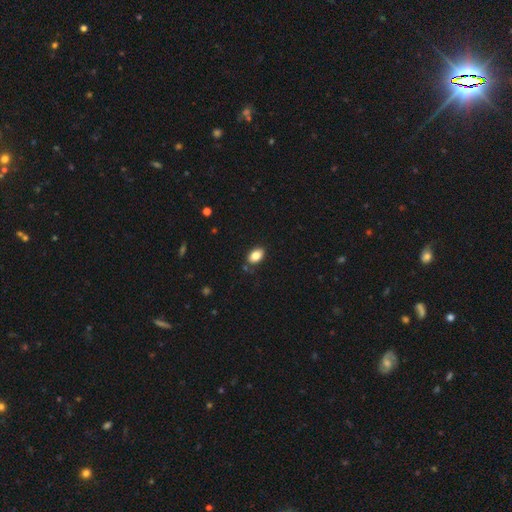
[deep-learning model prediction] smooth 84%, star or artifact 8%, featured or disk 7%. Down the decision tree: how rounded — in between (86%); merging — none (84%).